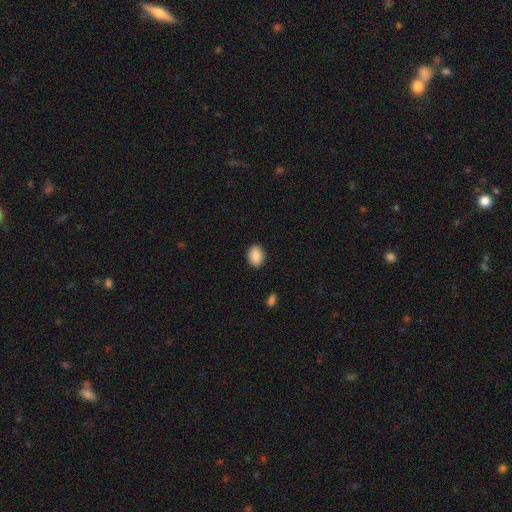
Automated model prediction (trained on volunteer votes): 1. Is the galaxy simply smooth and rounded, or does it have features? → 90% smooth, 7% star or artifact, 3% featured or disk.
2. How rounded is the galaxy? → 76% in between, 23% round, 1% cigar-shaped.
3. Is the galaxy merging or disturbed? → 90% none, 7% minor disturbance, 2% major disturbance, 1% merger.